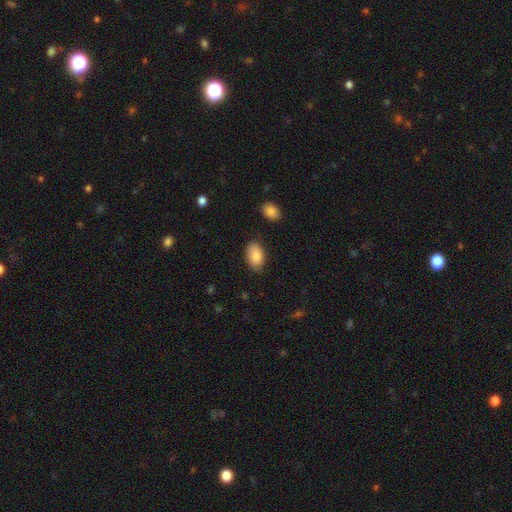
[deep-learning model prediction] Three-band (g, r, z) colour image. It shows a smooth galaxy with no disk features (88%) that is in between round and cigar-shaped (93%). Merging: none (83%).